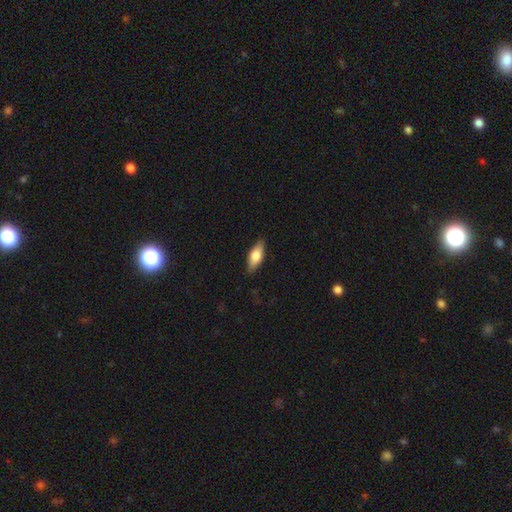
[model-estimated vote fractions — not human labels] smooth-or-featured: smooth: 67% | featured or disk: 27% | star or artifact: 6%
  how-rounded: in between: 74% | cigar-shaped: 23% | round: 3%
  merging: none: 86% | minor disturbance: 11% | major disturbance: 2% | merger: 1%